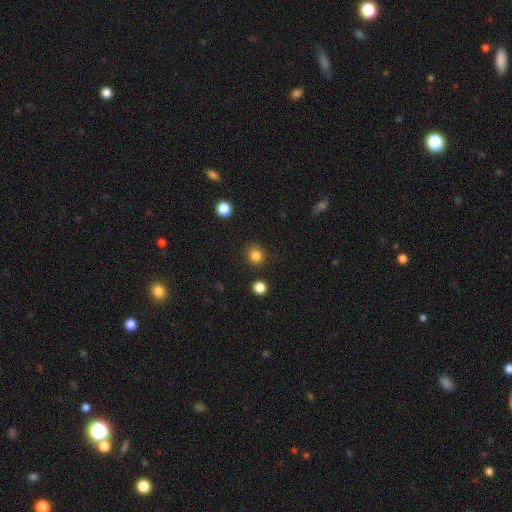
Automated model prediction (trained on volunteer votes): A smooth galaxy with no disk features (84%) that is round (92%).

Vote fractions:
- Smooth or featured? smooth: 84% / star or artifact: 12% / featured or disk: 4%
- How rounded? round: 92% / in between: 7% / cigar-shaped: 1%
- Merging? none: 90% / minor disturbance: 6% / major disturbance: 2% / merger: 2%